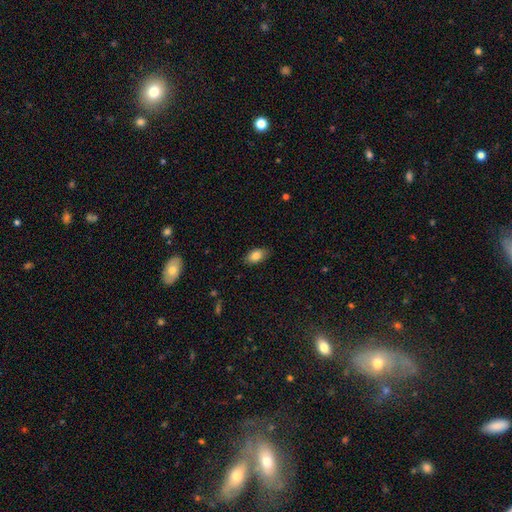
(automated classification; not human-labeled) The model was most divided on "merging": none: 84%, minor disturbance: 12%, major disturbance: 2%, merger: 1%. More confident: how rounded — in between (91%); smooth or featured — smooth (84%).